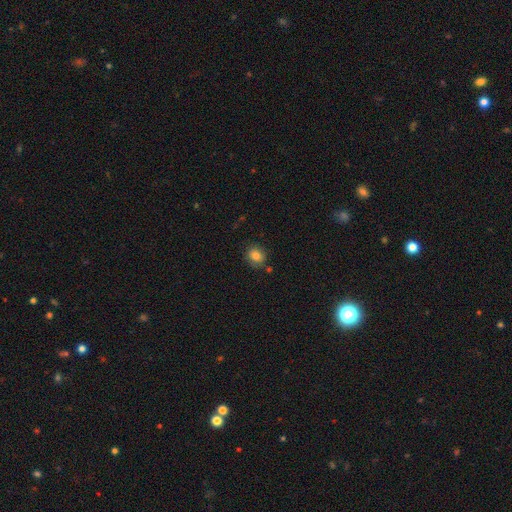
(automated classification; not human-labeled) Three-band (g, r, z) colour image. It shows a smooth galaxy with no disk features (82%) that is round (72%). Merging: none (82%).